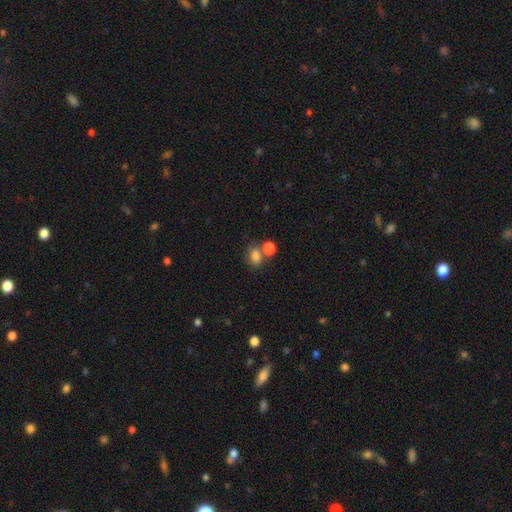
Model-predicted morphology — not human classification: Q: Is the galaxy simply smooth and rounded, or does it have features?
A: smooth — 81%.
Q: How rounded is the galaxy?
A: in between — 70%.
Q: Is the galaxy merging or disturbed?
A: none — 48%.